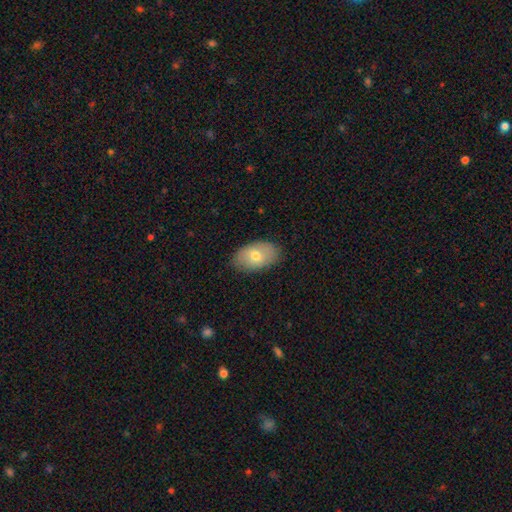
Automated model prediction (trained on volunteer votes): Overall: smooth (71%). How rounded: in between (92%). Merging: none (83%).